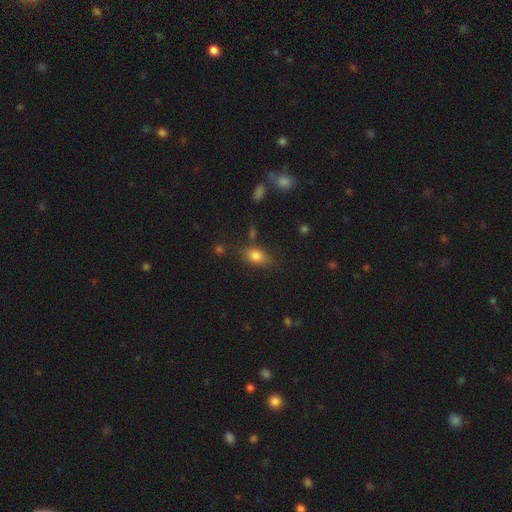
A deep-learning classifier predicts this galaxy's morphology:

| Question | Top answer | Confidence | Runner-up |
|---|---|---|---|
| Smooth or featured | smooth | 78% | featured or disk (12%) |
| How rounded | in between | 81% | round (14%) |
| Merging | none | 73% | minor disturbance (17%) |